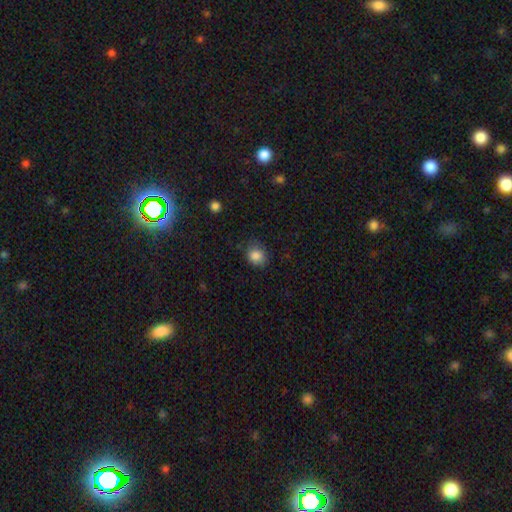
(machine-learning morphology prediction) Smooth or featured: smooth — 86% (star or artifact — 10%)
How rounded: round — 69% (in between — 30%)
Merging: none — 74% (minor disturbance — 20%)